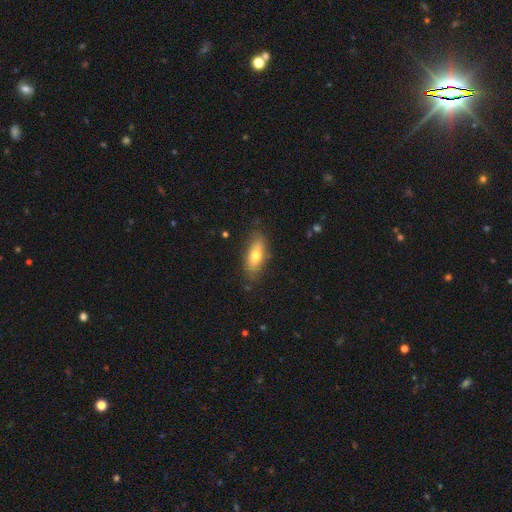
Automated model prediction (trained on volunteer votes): smooth 68%, featured or disk 25%, star or artifact 7%. Down the decision tree: how rounded — in between (73%); merging — none (81%).